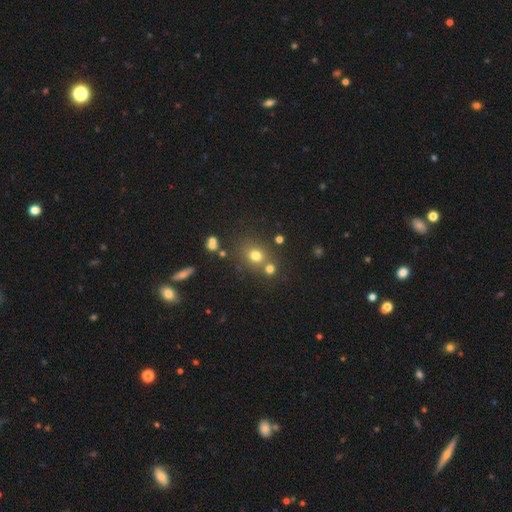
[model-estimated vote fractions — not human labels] This is likely a smooth galaxy (72%). How rounded: likely round (77%). Merging: likely none (65%).